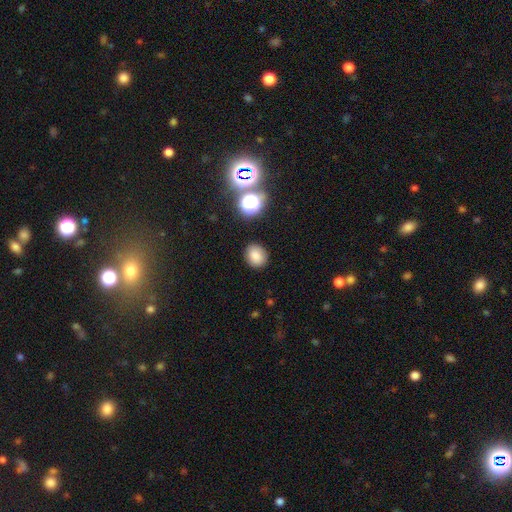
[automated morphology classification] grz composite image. It shows a smooth galaxy with no disk features (81%) that is round (62%). Merging: none (86%).